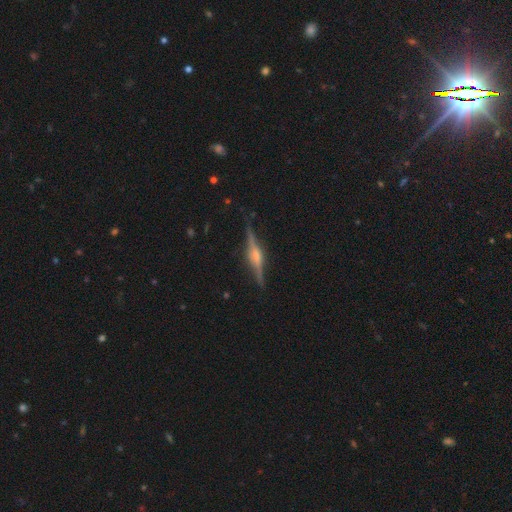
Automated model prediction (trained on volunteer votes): Smooth or featured: featured or disk — 83% (smooth — 11%)
Edge-on disk: yes — 98% (no — 2%)
Edge-on bulge: rounded — 75% (boxy — 20%)
Merging: none — 87% (minor disturbance — 9%)